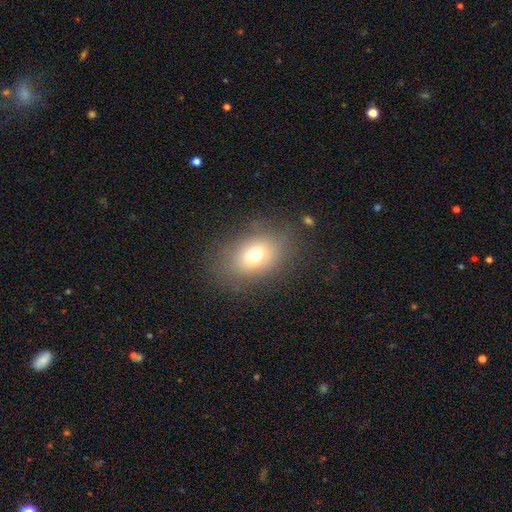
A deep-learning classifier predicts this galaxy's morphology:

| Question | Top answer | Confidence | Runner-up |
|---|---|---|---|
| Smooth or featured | smooth | 70% | featured or disk (16%) |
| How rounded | in between | 72% | round (26%) |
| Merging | none | 79% | minor disturbance (13%) |